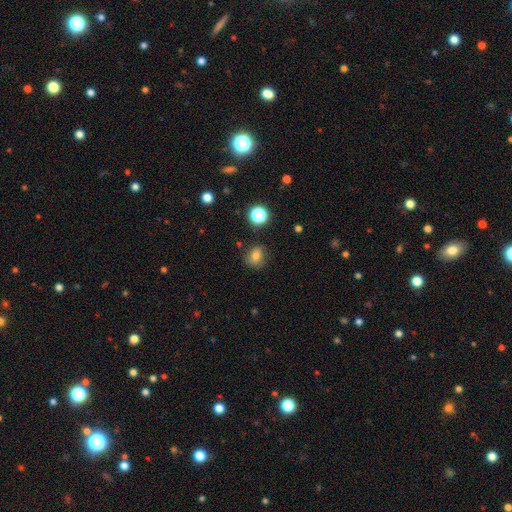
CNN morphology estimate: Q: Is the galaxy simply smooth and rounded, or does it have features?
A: smooth — 73%.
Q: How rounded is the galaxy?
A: round — 68%.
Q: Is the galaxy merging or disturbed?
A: none — 76%.